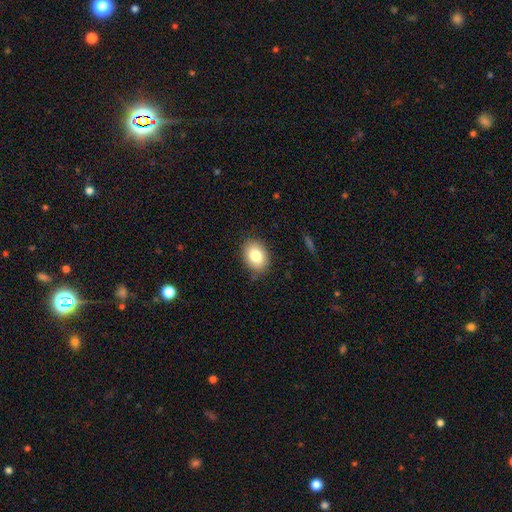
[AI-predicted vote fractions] A smooth galaxy with no disk features (82%) that is in between round and cigar-shaped (72%). Merging: none (85%).